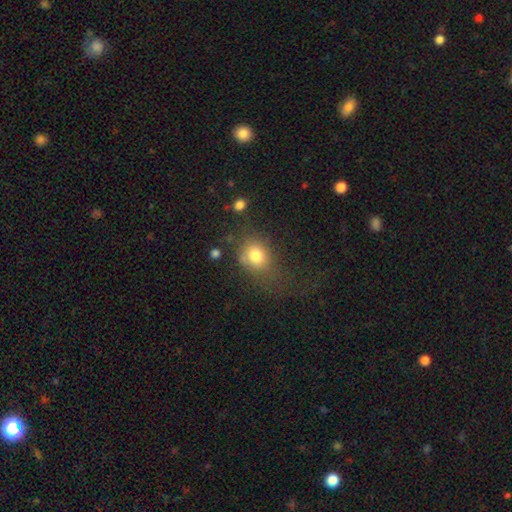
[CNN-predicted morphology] Smooth or featured?
  - smooth: 79% *
  - featured or disk: 11%
  - star or artifact: 10%
How rounded?
  - round: 52% *
  - in between: 47%
  - cigar-shaped: 1%
Merging?
  - none: 52% *
  - minor disturbance: 24%
  - major disturbance: 19%
  - merger: 5%